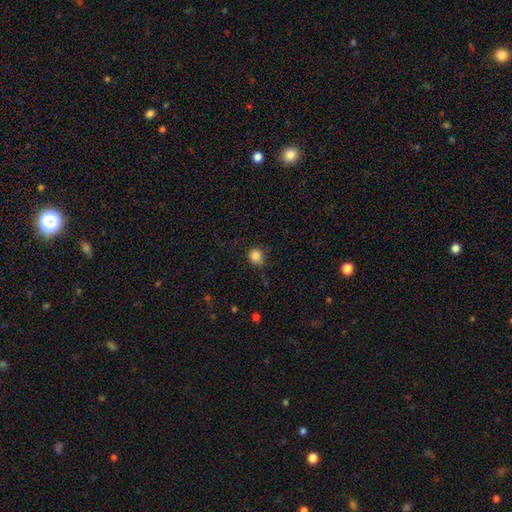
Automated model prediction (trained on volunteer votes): smooth_or_featured: smooth (p=0.86) [alt: star or artifact p=0.11]
how_rounded: round (p=0.79) [alt: in between p=0.20]
merging: none (p=0.73) [alt: minor disturbance p=0.20]